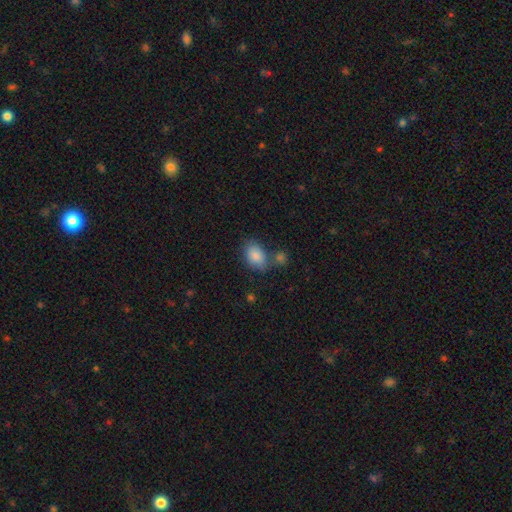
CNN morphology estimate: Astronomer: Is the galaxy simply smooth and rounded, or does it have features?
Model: smooth — 86%.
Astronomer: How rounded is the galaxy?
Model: in between — 85%.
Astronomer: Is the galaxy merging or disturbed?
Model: none — 57%.